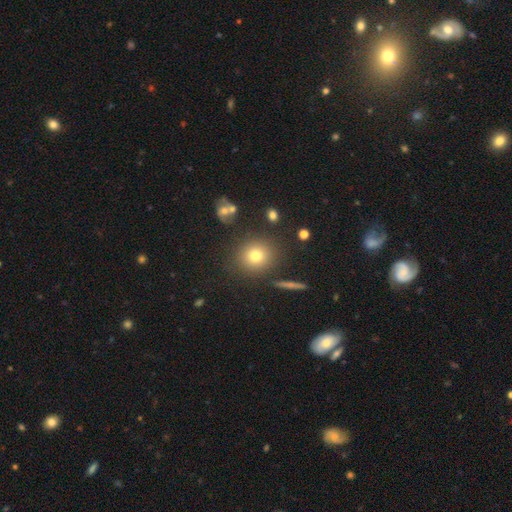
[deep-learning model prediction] smooth_or_featured: smooth (p=0.75) [alt: star or artifact p=0.14]
how_rounded: round (p=0.84) [alt: in between p=0.14]
merging: none (p=0.84) [alt: minor disturbance p=0.09]